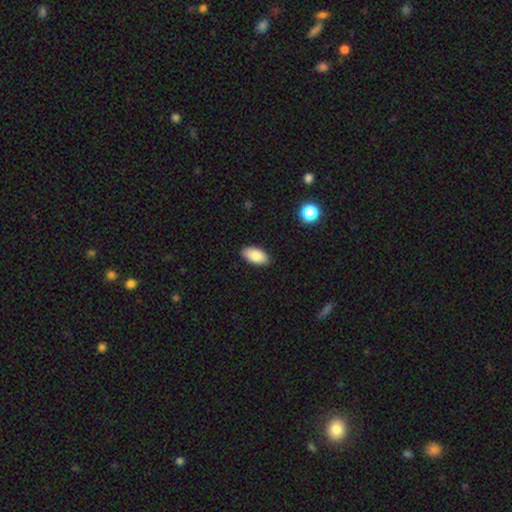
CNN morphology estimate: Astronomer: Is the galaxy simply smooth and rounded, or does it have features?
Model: smooth — 84%.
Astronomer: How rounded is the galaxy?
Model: in between — 94%.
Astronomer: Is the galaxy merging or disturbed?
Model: none — 88%.